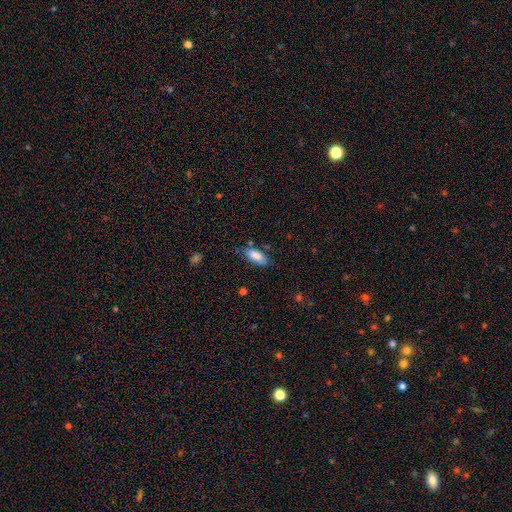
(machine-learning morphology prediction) A smooth galaxy with no disk features (84%) that is in between round and cigar-shaped (84%).

Vote fractions:
- Smooth or featured? smooth: 84% / featured or disk: 9% / star or artifact: 7%
- How rounded? in between: 84% / cigar-shaped: 14% / round: 2%
- Merging? none: 71% / minor disturbance: 22% / major disturbance: 5% / merger: 3%